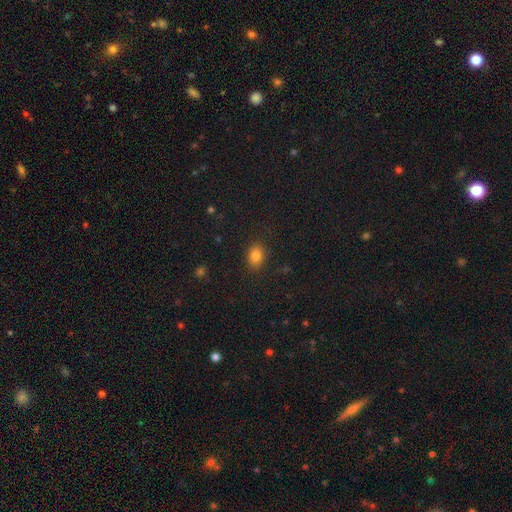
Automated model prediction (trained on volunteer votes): Smooth or featured?
  - smooth: 84% *
  - star or artifact: 11%
  - featured or disk: 5%
How rounded?
  - in between: 68% *
  - round: 31%
  - cigar-shaped: 1%
Merging?
  - none: 86% *
  - minor disturbance: 10%
  - major disturbance: 3%
  - merger: 1%